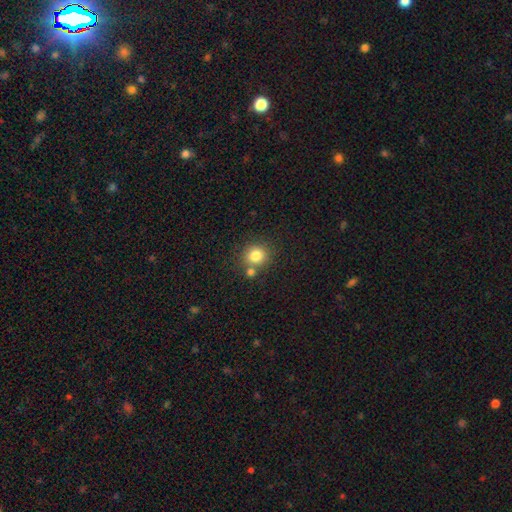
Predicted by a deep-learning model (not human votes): A smooth galaxy with no disk features (82%) that is round (88%).

Vote fractions:
- Smooth or featured? smooth: 82% / star or artifact: 11% / featured or disk: 7%
- How rounded? round: 88% / in between: 11% / cigar-shaped: 1%
- Merging? none: 67% / merger: 22% / minor disturbance: 9% / major disturbance: 3%